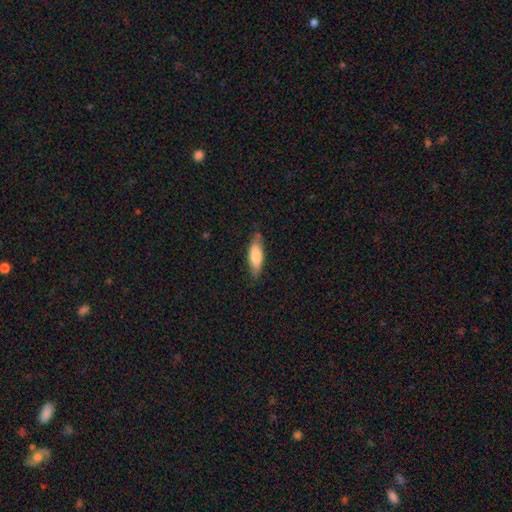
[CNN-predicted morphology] A smooth galaxy with no disk features (76%) that is in between round and cigar-shaped (57%). Merging: none (76%).